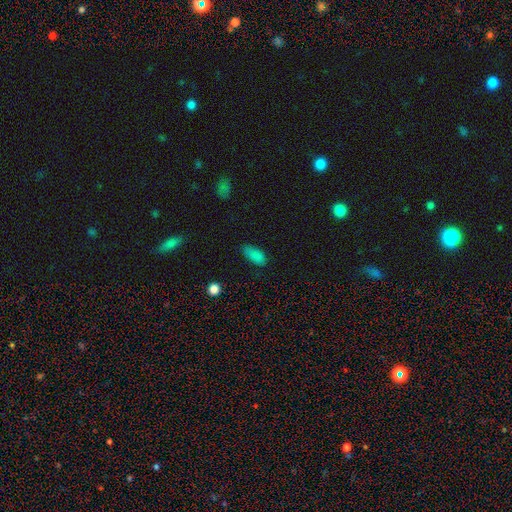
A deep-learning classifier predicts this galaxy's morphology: Smooth or featured? Predicted: smooth (p=0.83). How rounded? Predicted: in between (p=0.88). Merging? Predicted: none (p=0.70).